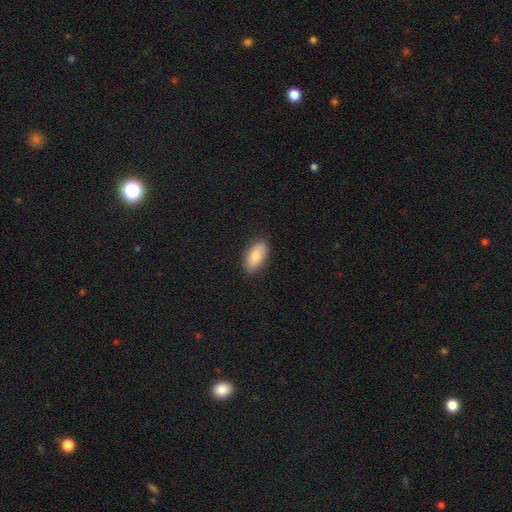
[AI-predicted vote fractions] Q: Smooth or featured?
A: smooth (82%); runner-up: featured or disk (11%)
Q: How rounded?
A: in between (92%); runner-up: cigar-shaped (5%)
Q: Merging?
A: none (86%); runner-up: minor disturbance (11%)